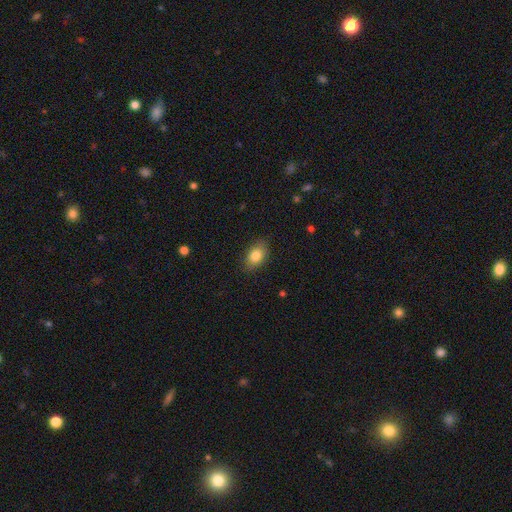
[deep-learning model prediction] This appears to be a smooth galaxy with no disk features (83%) that is in between round and cigar-shaped (85%). Merging: none (84%).